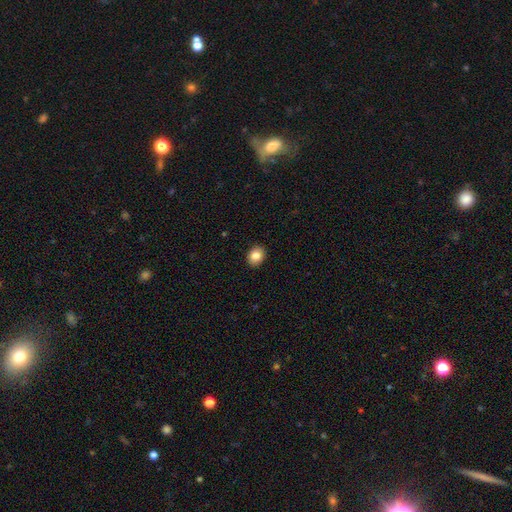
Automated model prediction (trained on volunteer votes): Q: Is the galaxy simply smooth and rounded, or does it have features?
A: smooth — 85%.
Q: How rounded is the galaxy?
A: round — 59%.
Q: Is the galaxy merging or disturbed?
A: none — 91%.